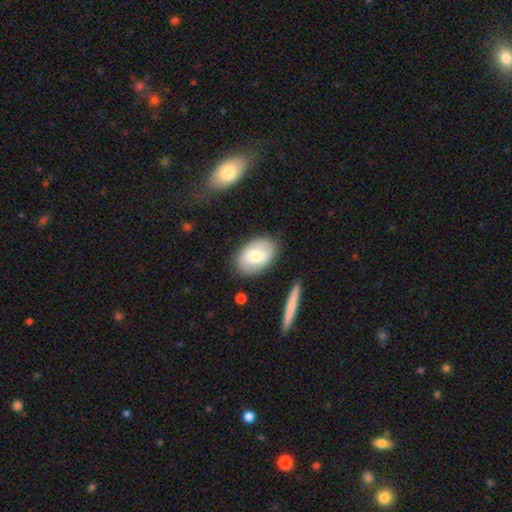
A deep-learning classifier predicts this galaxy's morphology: smooth 67%, featured or disk 27%, star or artifact 6%. Down the decision tree: how rounded — in between (86%); merging — none (81%).